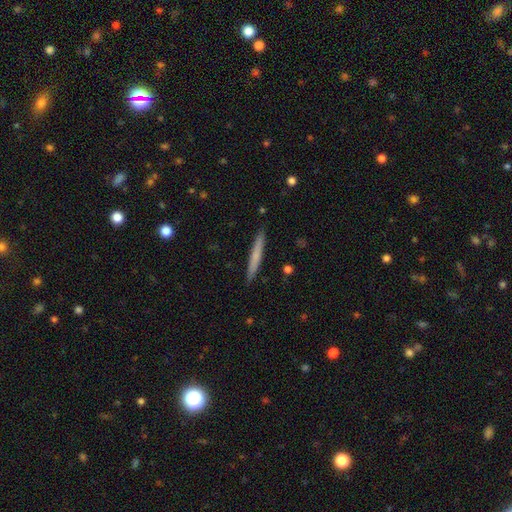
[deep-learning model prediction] This appears to be a smooth galaxy with no disk features (62%) that is cigar-shaped (96%). Merging: none (91%).